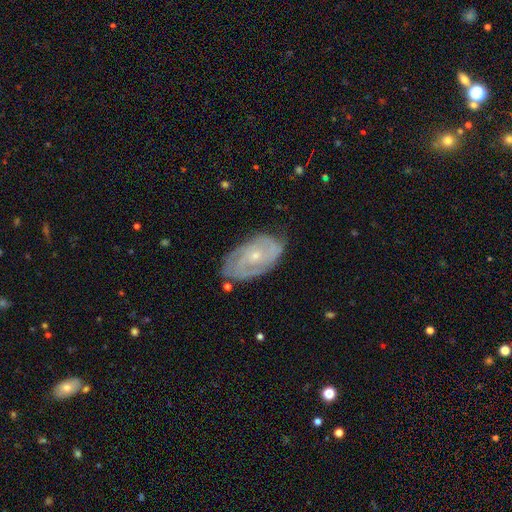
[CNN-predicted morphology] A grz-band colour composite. It shows a featured or disk galaxy (79%) with no bar (71%), 2 (37%) tight (64%) spiral arms (93%) and a small central bulge (71%). Merging: none (74%).